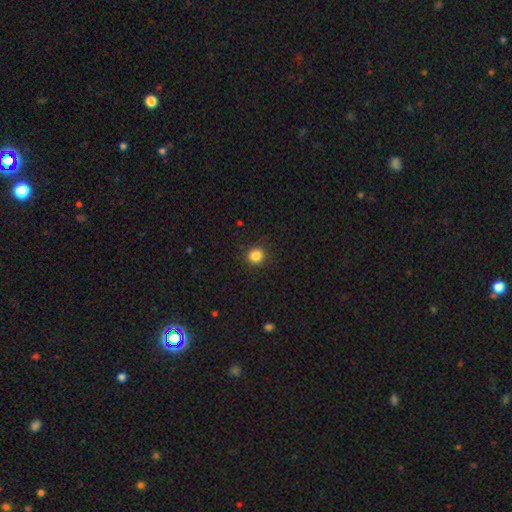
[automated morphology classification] Q: Smooth or featured?
A: smooth (85%); runner-up: star or artifact (11%)
Q: How rounded?
A: round (93%); runner-up: in between (6%)
Q: Merging?
A: none (91%); runner-up: minor disturbance (6%)